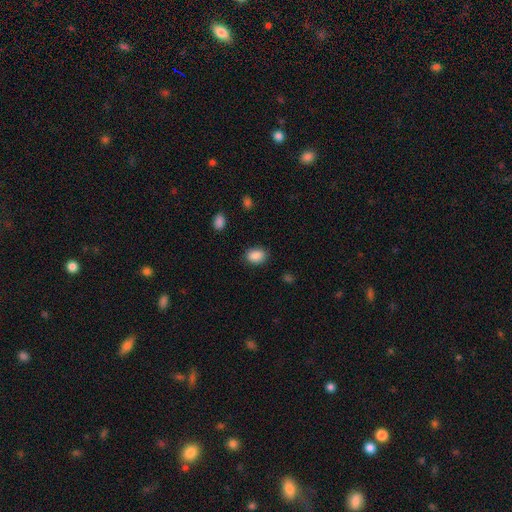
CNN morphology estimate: Overall: smooth (89%). How rounded: in between (76%). Merging: none (85%).